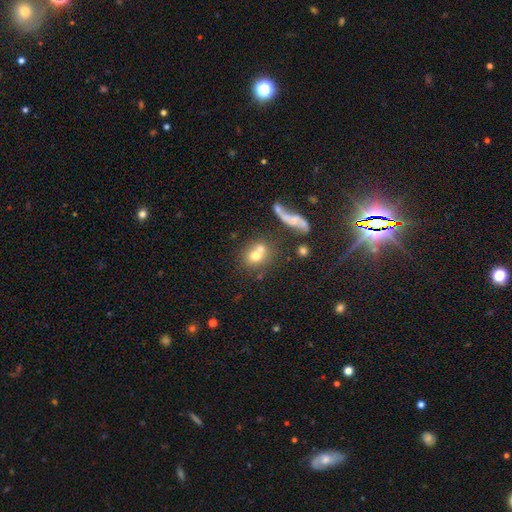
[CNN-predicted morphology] Q: Smooth or featured?
A: smooth (65%); runner-up: featured or disk (23%)
Q: How rounded?
A: round (75%); runner-up: in between (23%)
Q: Merging?
A: merger (47%); runner-up: none (38%)